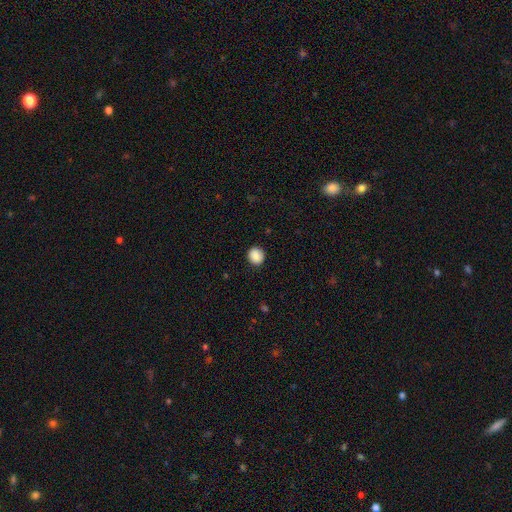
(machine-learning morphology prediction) This appears to be a smooth galaxy with no disk features (88%) that is round (84%). Merging: none (90%).